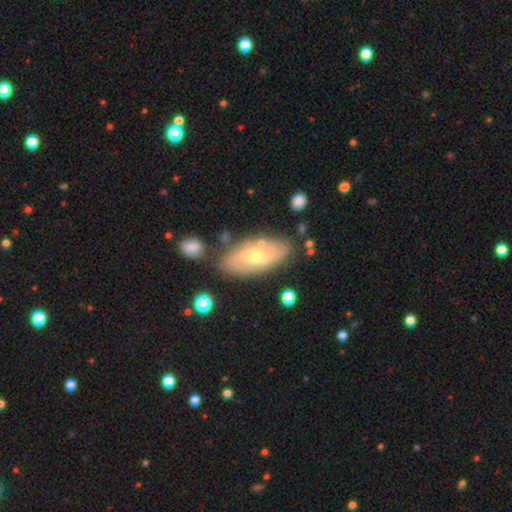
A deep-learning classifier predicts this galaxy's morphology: smooth_or_featured: featured or disk (p=0.61) [alt: smooth p=0.33]
disk_edge_on: no (p=0.90) [alt: yes p=0.10]
bar: no (p=0.45) [alt: weak p=0.42]
has_spiral_arms: yes (p=0.76) [alt: no p=0.24]
bulge_size: moderate (p=0.49) [alt: small p=0.46]
merging: none (p=0.72) [alt: minor disturbance p=0.16]